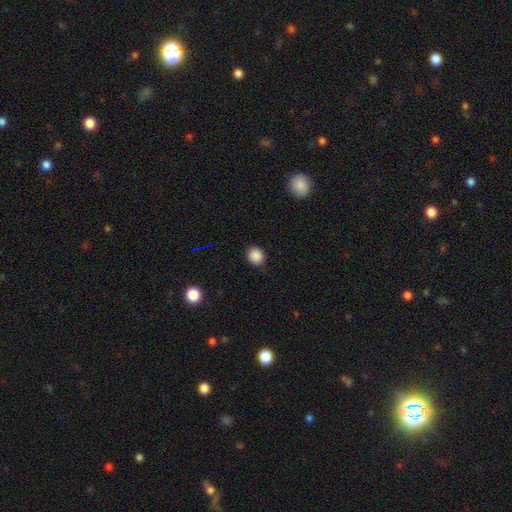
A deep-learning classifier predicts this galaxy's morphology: smooth 87%, star or artifact 10%, featured or disk 3%. Down the decision tree: how rounded — round (62%); merging — none (86%).